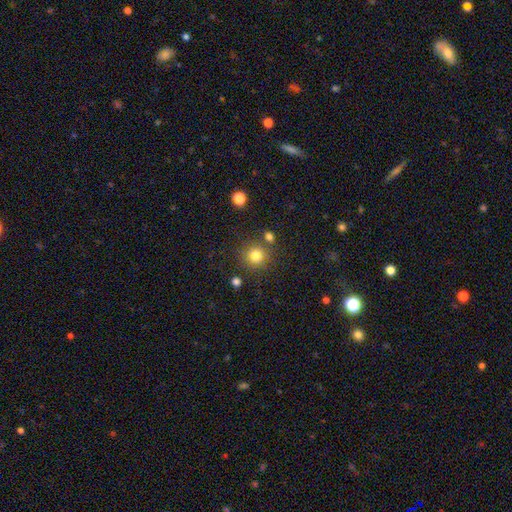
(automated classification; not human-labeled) This appears to be a smooth galaxy with no disk features (81%) that is round (92%). Merging: none (80%).